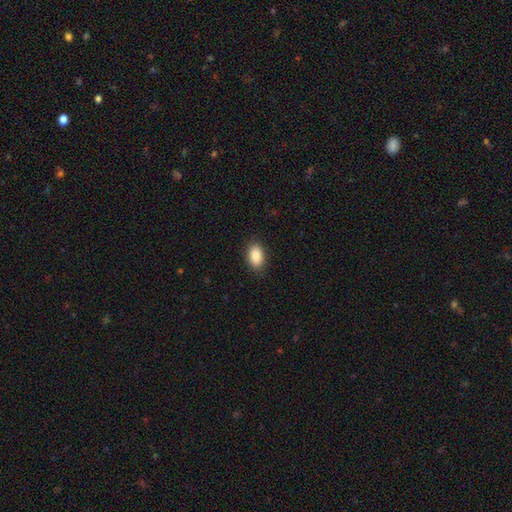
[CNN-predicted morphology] Overall: smooth (89%). How rounded: in between (90%). Merging: none (87%).